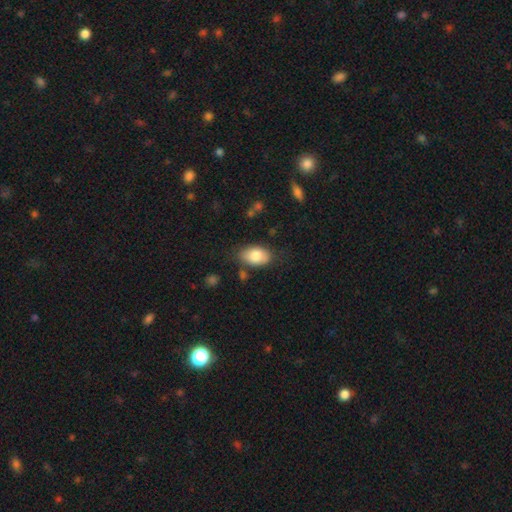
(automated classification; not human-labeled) Smooth or featured? smooth (80%)
How rounded? in between (91%)
Merging? none (75%)